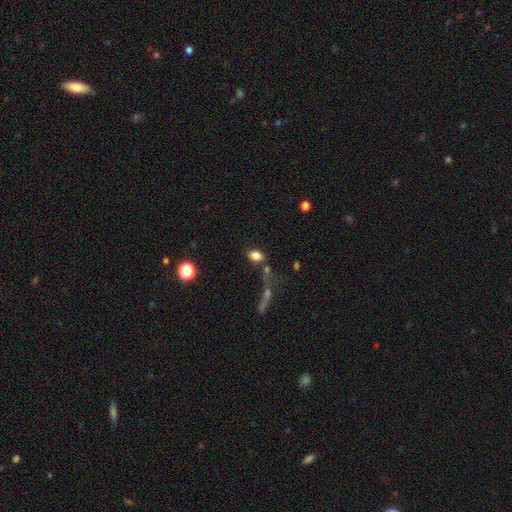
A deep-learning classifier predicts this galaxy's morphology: Smooth or featured? smooth (81%)
How rounded? in between (78%)
Merging? none (65%)